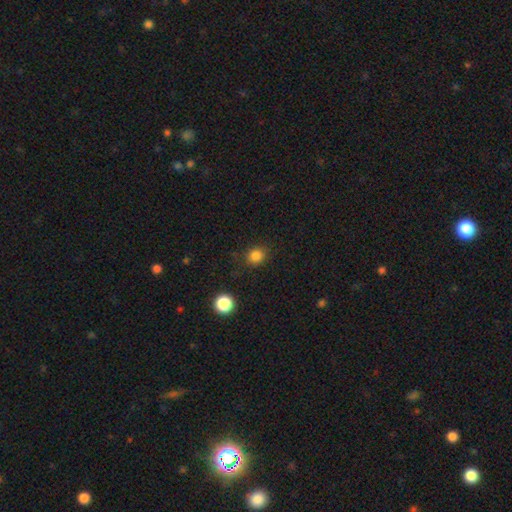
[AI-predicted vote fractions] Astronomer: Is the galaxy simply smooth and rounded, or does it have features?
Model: smooth — 83%.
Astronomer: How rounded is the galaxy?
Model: round — 79%.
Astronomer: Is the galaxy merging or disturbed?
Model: none — 86%.